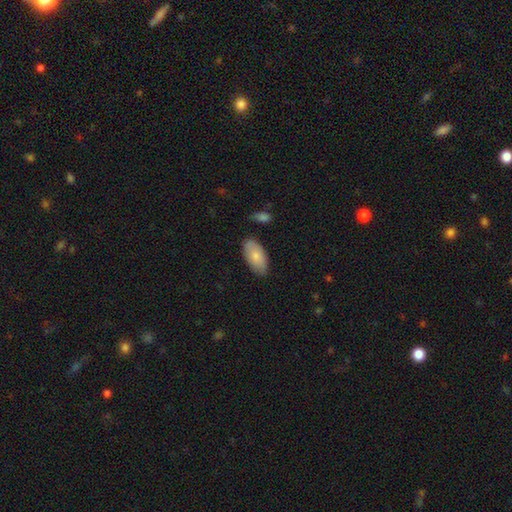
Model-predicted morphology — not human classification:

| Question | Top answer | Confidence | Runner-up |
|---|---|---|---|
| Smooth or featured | smooth | 80% | featured or disk (14%) |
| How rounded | in between | 94% | cigar-shaped (4%) |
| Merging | none | 77% | minor disturbance (18%) |